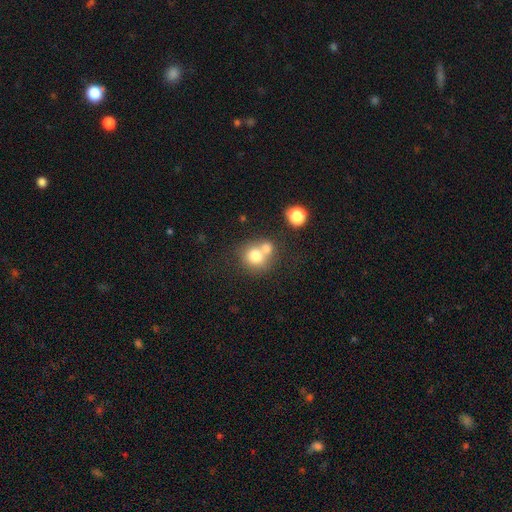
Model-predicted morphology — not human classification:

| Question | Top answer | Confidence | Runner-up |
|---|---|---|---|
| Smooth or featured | smooth | 74% | featured or disk (15%) |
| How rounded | round | 84% | in between (15%) |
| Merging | merger | 50% | none (39%) |